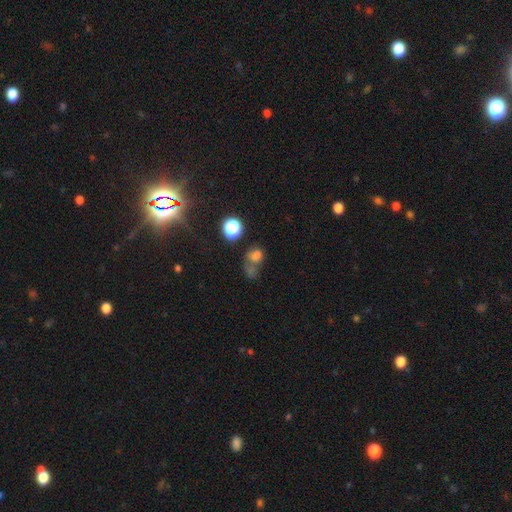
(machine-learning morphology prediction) Smooth or featured: smooth — 65% (star or artifact — 22%)
How rounded: round — 59% (in between — 39%)
Merging: merger — 42% (none — 32%)